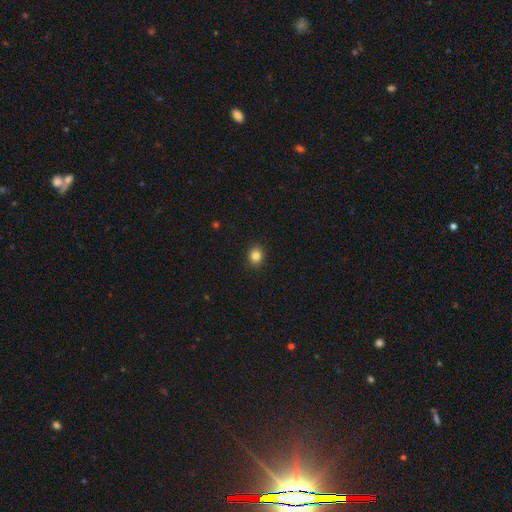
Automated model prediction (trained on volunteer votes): smooth 84%, star or artifact 11%, featured or disk 5%. Down the decision tree: how rounded — round (61%); merging — none (91%).